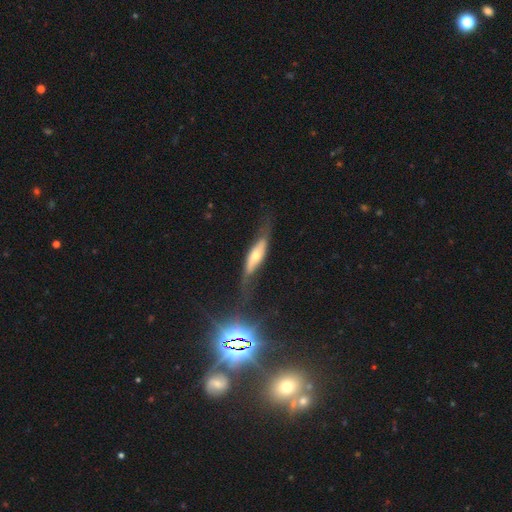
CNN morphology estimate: Q: Smooth or featured?
A: featured or disk (56%); runner-up: smooth (37%)
Q: Edge-on disk?
A: yes (54%); runner-up: no (46%)
Q: Merging?
A: none (50%); runner-up: minor disturbance (25%)